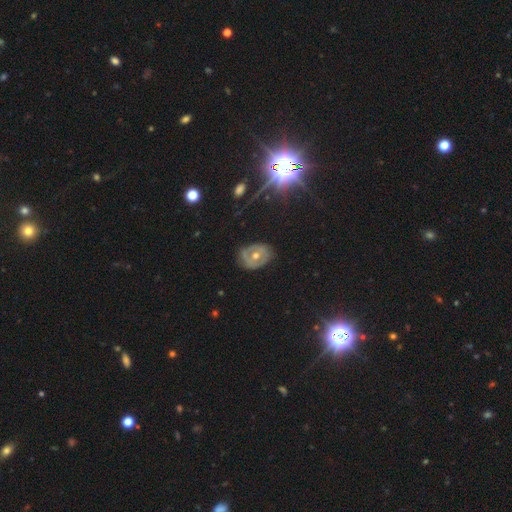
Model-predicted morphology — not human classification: Smooth or featured? Predicted: featured or disk (p=0.56). Edge-on disk? Predicted: no (p=0.93). Bar? Predicted: no (p=0.71). Spiral arms? Predicted: no (p=0.63). Bulge size? Predicted: moderate (p=0.63). Merging? Predicted: none (p=0.77).